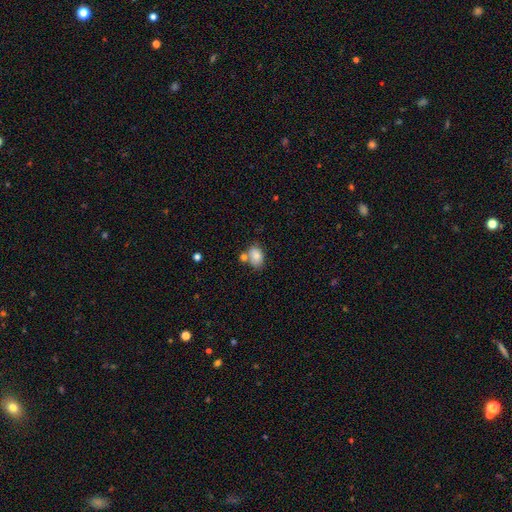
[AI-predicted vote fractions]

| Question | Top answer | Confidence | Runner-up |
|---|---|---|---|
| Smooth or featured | smooth | 81% | featured or disk (11%) |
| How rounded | in between | 79% | round (20%) |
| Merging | none | 53% | merger (25%) |